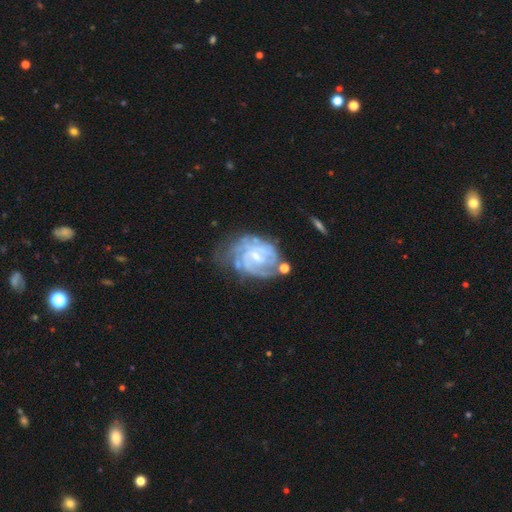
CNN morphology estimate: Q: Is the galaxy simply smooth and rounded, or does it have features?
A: featured or disk — 86%.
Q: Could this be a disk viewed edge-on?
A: no — 97%.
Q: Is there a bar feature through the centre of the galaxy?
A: weak — 51%.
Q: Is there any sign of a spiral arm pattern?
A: yes — 94%.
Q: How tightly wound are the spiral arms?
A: tight — 67%.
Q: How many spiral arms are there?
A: can't tell — 35%.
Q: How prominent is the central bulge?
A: small — 61%.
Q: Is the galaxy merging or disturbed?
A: none — 50%.